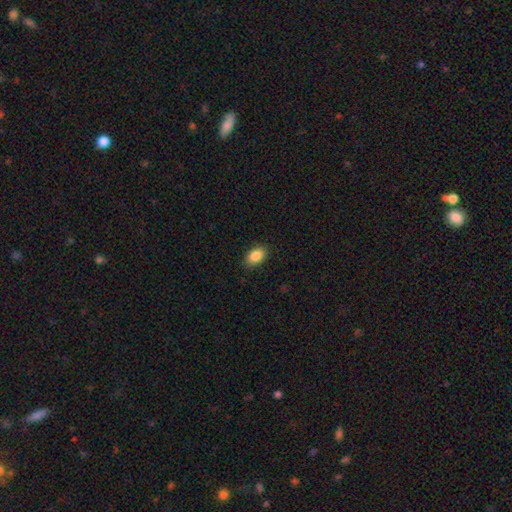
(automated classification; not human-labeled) Smooth or featured? smooth (87%)
How rounded? in between (88%)
Merging? none (87%)